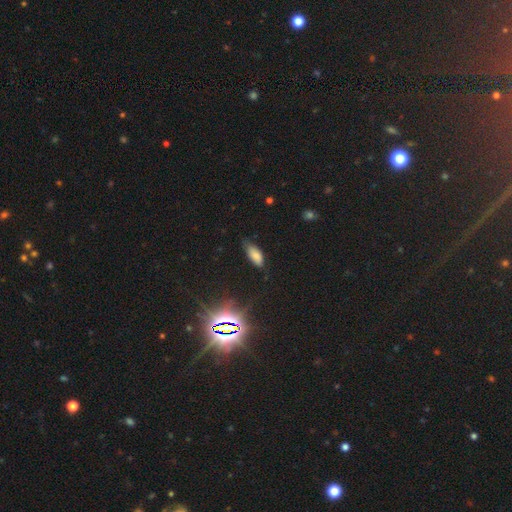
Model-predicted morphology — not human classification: The model was most divided on "merging": none: 60%, minor disturbance: 31%, major disturbance: 7%, merger: 2%. More confident: how rounded — in between (84%); smooth or featured — smooth (77%).